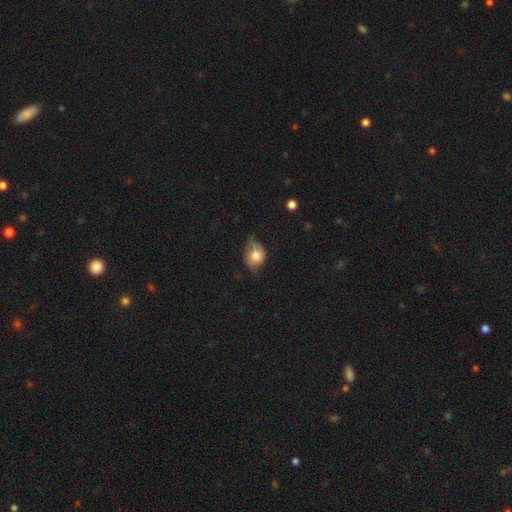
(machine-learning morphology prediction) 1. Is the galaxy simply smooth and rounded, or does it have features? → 62% smooth, 30% featured or disk, 8% star or artifact.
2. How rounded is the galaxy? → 58% in between, 40% round, 1% cigar-shaped.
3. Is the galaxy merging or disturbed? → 41% minor disturbance, 40% none, 17% major disturbance, 2% merger.